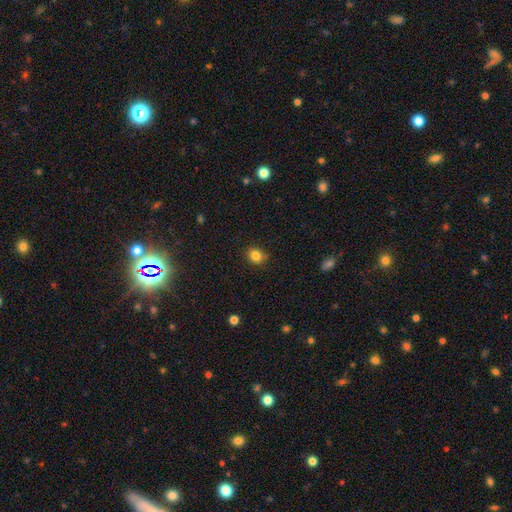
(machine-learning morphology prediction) A smooth galaxy with no disk features (83%) that is round (64%). Merging: none (81%).